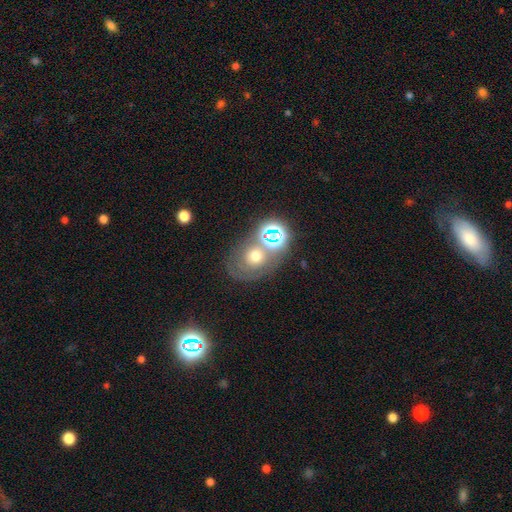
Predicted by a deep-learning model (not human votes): Smooth or featured?
  - smooth: 44% *
  - featured or disk: 29%
  - star or artifact: 28%
Merging?
  - none: 51% *
  - merger: 25%
  - minor disturbance: 15%
  - major disturbance: 9%